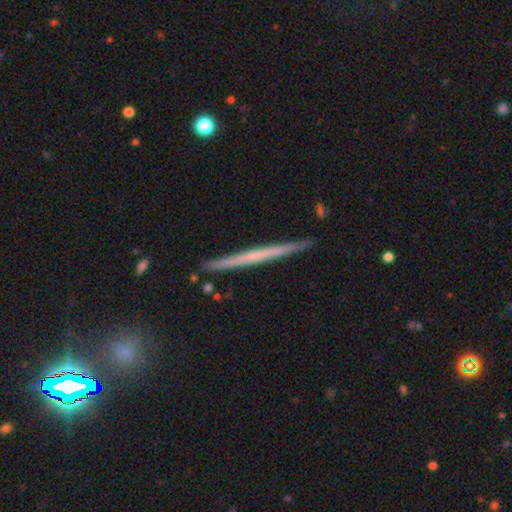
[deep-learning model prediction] Smooth or featured? featured or disk (58%)
Edge-on disk? yes (98%)
Edge-on bulge? none (85%)
Merging? none (90%)